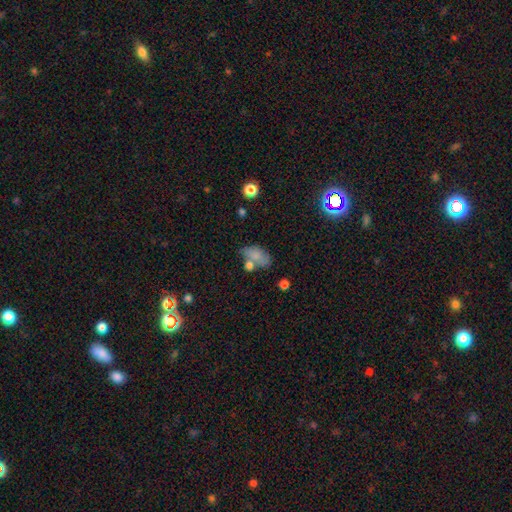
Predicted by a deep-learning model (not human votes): Smooth or featured? smooth (77%)
How rounded? in between (89%)
Merging? none (49%)